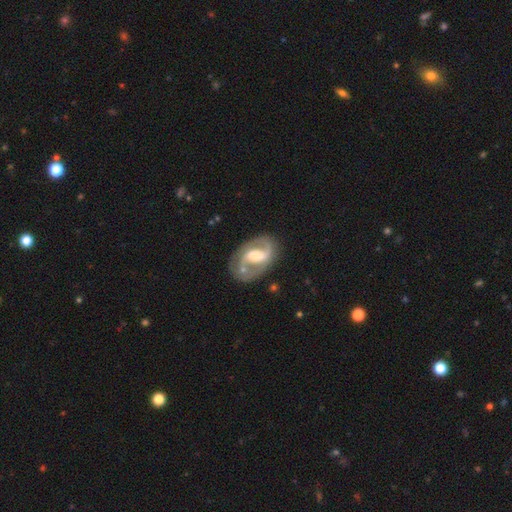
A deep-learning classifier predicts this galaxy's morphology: smooth_or_featured: featured or disk (p=0.86) [alt: smooth p=0.09]
disk_edge_on: no (p=0.97) [alt: yes p=0.03]
bar: weak (p=0.43) [alt: strong p=0.36]
has_spiral_arms: yes (p=0.94) [alt: no p=0.06]
spiral_winding: medium (p=0.56) [alt: loose p=0.23]
spiral_arm_count: 2 (p=0.89) [alt: 1 p=0.04]
bulge_size: moderate (p=0.55) [alt: small p=0.30]
merging: none (p=0.73) [alt: minor disturbance p=0.15]